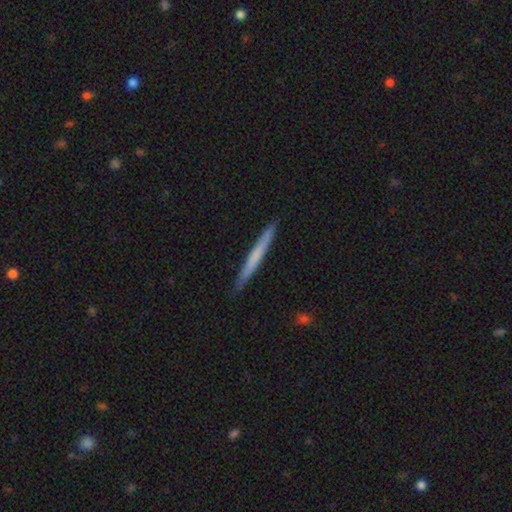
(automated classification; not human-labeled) Overall: smooth (57%; featured or disk 38%). How rounded: cigar-shaped (97%). Merging: none (91%).